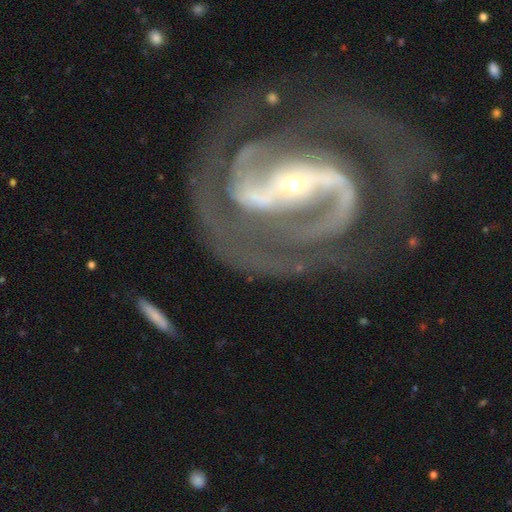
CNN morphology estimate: smooth-or-featured: featured or disk: 92% | star or artifact: 5% | smooth: 3%
  disk-edge-on: no: 97% | yes: 3%
    bar: strong: 63% | weak: 21% | no: 16%
    has-spiral-arms: yes: 97% | no: 3%
      spiral-winding: medium: 53% | tight: 32% | loose: 15%
      spiral-arm-count: 2: 85% | 3: 5% | can't tell: 4% | 1: 3% | 4: 2% | more than 4: 2%
    bulge-size: small: 81% | moderate: 15% | large: 2% | none: 1% | dominant: 1%
  merging: none: 56% | major disturbance: 22% | minor disturbance: 17% | merger: 5%